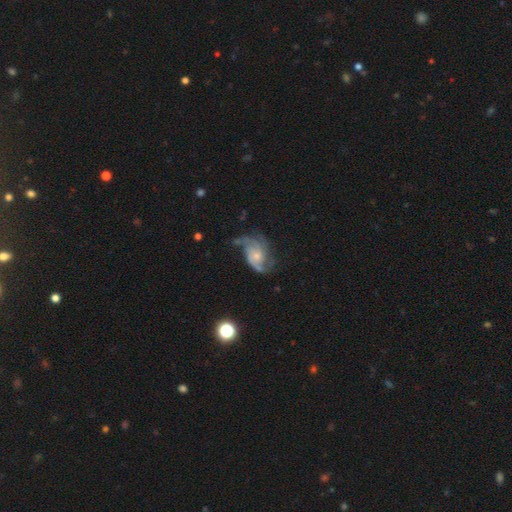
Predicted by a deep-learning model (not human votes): A featured or disk galaxy (84%) with no bar (71%), 2 (59%) medium (45%) spiral arms (95%) and a small central bulge (59%).

Vote fractions:
- Smooth or featured? featured or disk: 84% / smooth: 10% / star or artifact: 6%
- Edge-on disk? no: 98% / yes: 2%
- Bar? no: 71% / weak: 25% / strong: 4%
- Spiral arms? yes: 95% / no: 5%
- Spiral winding? medium: 45% / loose: 36% / tight: 19%
- Spiral arm count? 2: 59% / 3: 19% / can't tell: 10% / 1: 5% / 4: 4% / more than 4: 3%
- Bulge size? small: 59% / moderate: 32% / none: 5% / large: 3% / dominant: 1%
- Merging? none: 51% / minor disturbance: 24% / major disturbance: 21% / merger: 3%